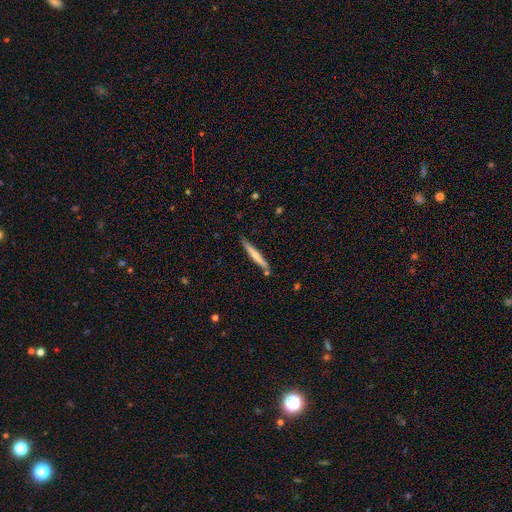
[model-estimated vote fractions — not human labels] smooth 59%, featured or disk 35%, star or artifact 6%. Down the decision tree: how rounded — cigar-shaped (95%); merging — none (78%).